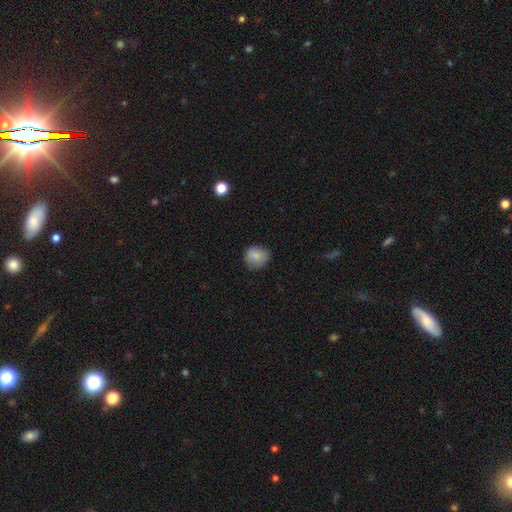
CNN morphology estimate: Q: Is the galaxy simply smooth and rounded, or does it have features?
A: smooth — 83%.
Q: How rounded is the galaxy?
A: round — 74%.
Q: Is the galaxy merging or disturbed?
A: none — 71%.